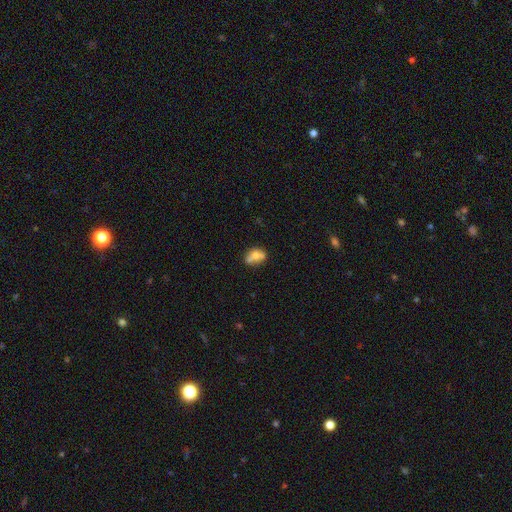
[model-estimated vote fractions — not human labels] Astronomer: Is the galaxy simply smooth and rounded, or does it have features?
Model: smooth — 59%.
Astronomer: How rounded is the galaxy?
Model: in between — 56% (runner-up: round, 41%).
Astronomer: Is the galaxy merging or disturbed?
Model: merger — 40%, tied with none at 40%.